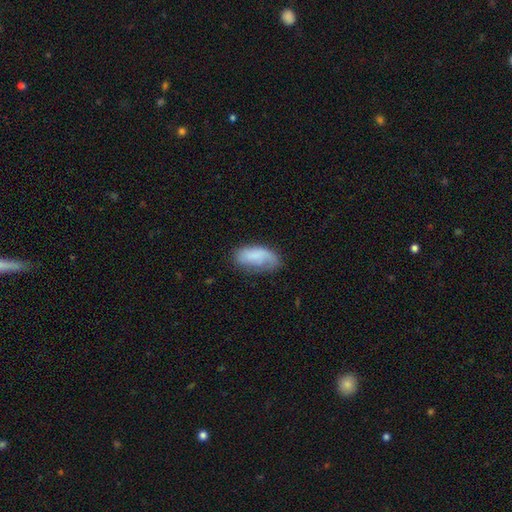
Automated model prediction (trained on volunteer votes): smooth 67%, featured or disk 25%, star or artifact 8%. Down the decision tree: how rounded — in between (91%); merging — none (50%).